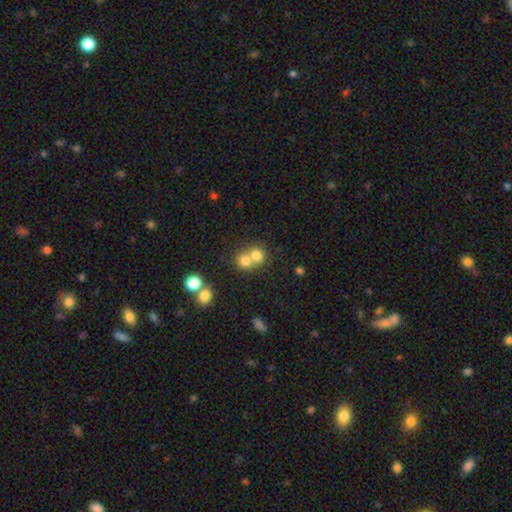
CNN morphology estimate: The model was most divided on "merging": merger: 59%, none: 33%, minor disturbance: 5%, major disturbance: 3%. More confident: how rounded — round (80%); smooth or featured — smooth (75%).